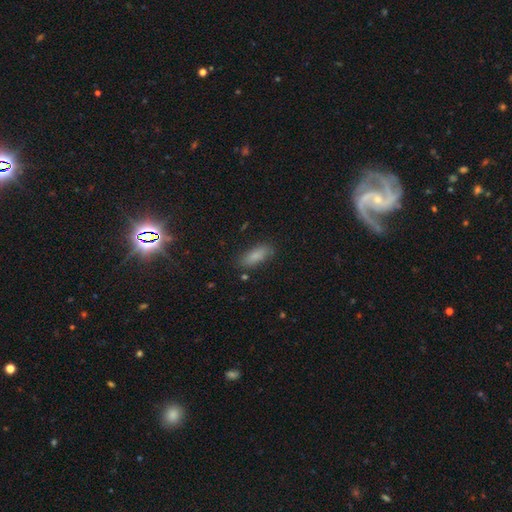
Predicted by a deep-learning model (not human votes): smooth_or_featured: smooth (p=0.81) [alt: star or artifact p=0.10]
how_rounded: in between (p=0.70) [alt: cigar-shaped p=0.28]
merging: none (p=0.81) [alt: minor disturbance p=0.14]